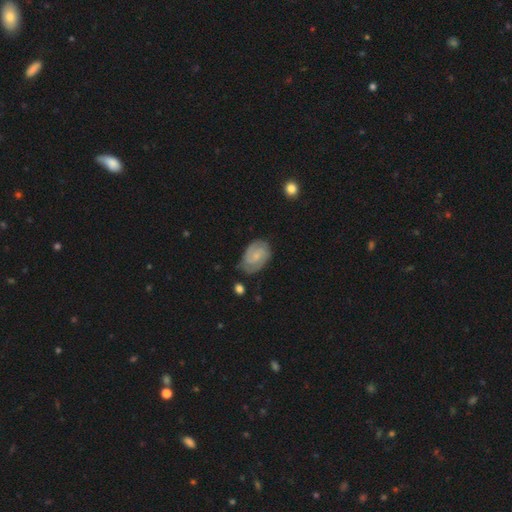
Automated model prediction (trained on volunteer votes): Overall: featured or disk (77%). Edge-on disk: no (98%). Bar: weak (48%; no 44%). Spiral arms: yes (95%). Spiral arm count: 2 (77%). Spiral winding: tight (52%; medium 39%). Bulge size: small (60%; moderate 21%). Merging: none (73%).